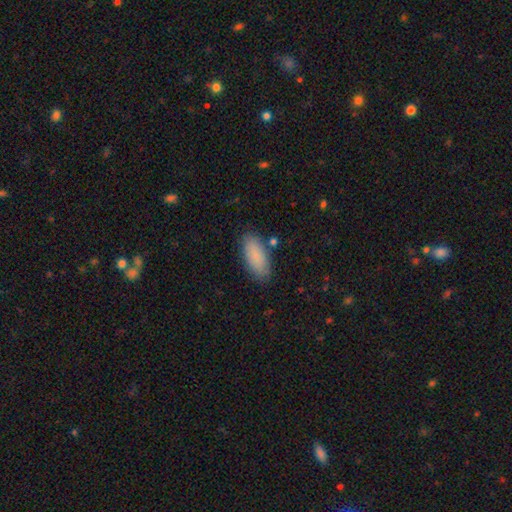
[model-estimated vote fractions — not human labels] This appears to be a smooth galaxy with no disk features (84%) that is in between round and cigar-shaped (85%). Merging: none (83%).